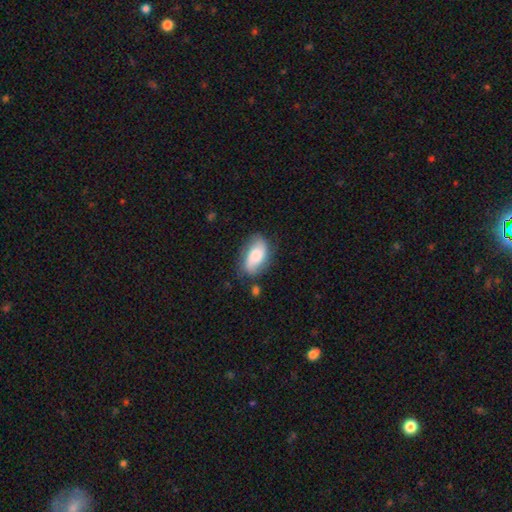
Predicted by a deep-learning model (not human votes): smooth 60%, featured or disk 33%, star or artifact 7%. Down the decision tree: how rounded — in between (91%); merging — none (66%).